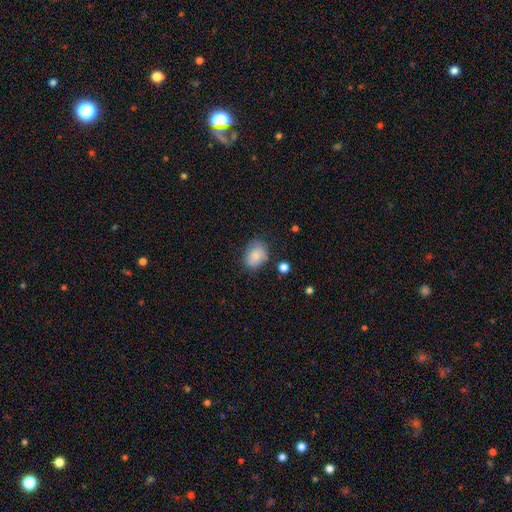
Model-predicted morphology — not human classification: A smooth galaxy with no disk features (83%) that is in between round and cigar-shaped (63%). Merging: none (67%).